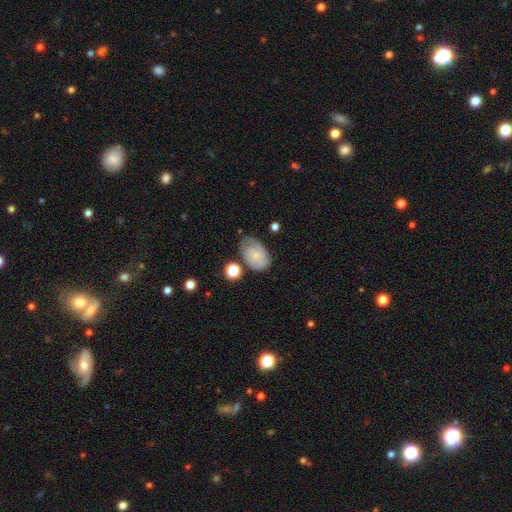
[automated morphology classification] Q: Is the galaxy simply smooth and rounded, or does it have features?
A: featured or disk — 47%.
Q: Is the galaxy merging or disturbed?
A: none — 59%.